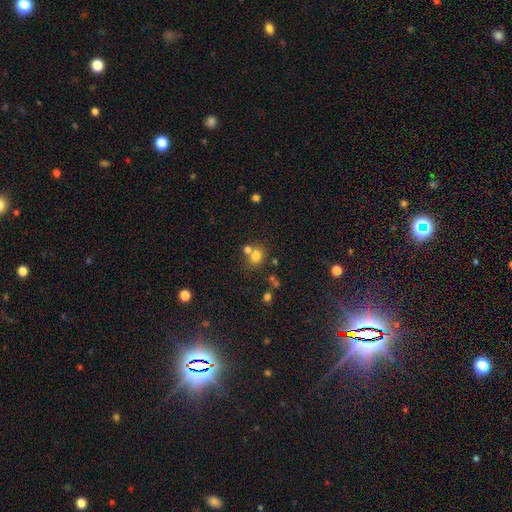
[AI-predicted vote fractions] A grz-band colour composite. It shows a smooth galaxy with no disk features (76%) that is round (68%). Merging: none (57%).